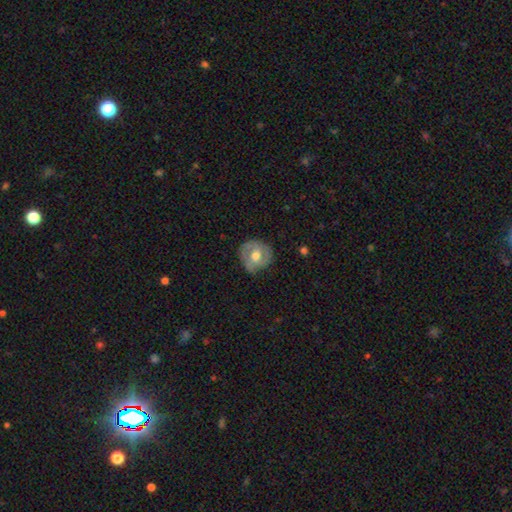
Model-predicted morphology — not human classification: A featured or disk galaxy (57%) with no bar (61%), spiral arms (70%) and a moderate central bulge (74%). Merging: none (70%).